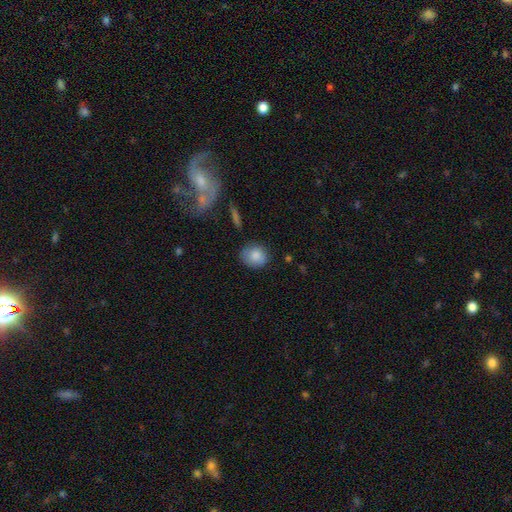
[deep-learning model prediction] A smooth galaxy with no disk features (85%) that is round (79%).

Vote fractions:
- Smooth or featured? smooth: 85% / featured or disk: 8% / star or artifact: 8%
- How rounded? round: 79% / in between: 19% / cigar-shaped: 1%
- Merging? none: 78% / minor disturbance: 17% / major disturbance: 4% / merger: 2%